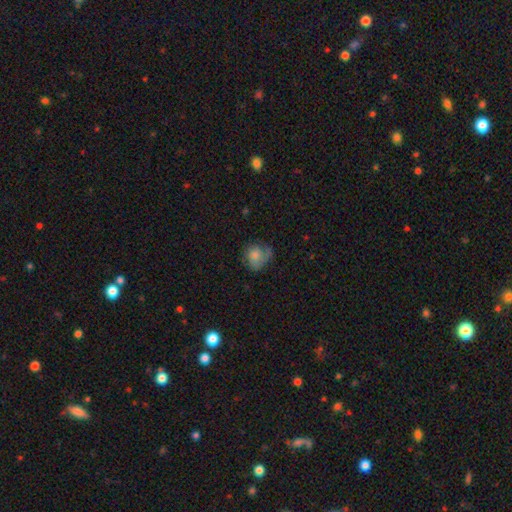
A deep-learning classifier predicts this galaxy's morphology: type=smooth (57%); roundness=round (69%); merging=none (50%).